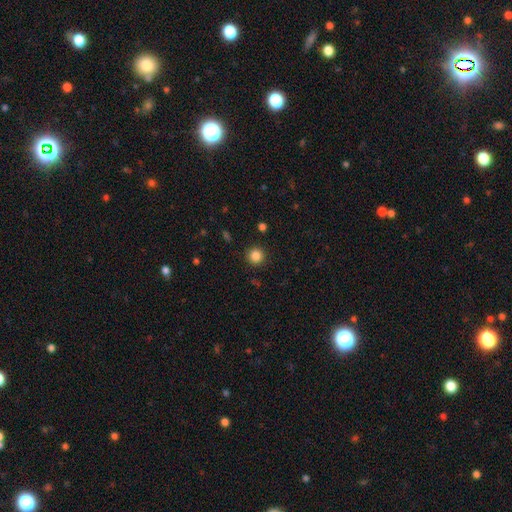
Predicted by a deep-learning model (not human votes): smooth-or-featured: smooth: 85% | star or artifact: 11% | featured or disk: 4%
  how-rounded: round: 94% | in between: 5% | cigar-shaped: 1%
  merging: none: 91% | minor disturbance: 5% | major disturbance: 2% | merger: 1%